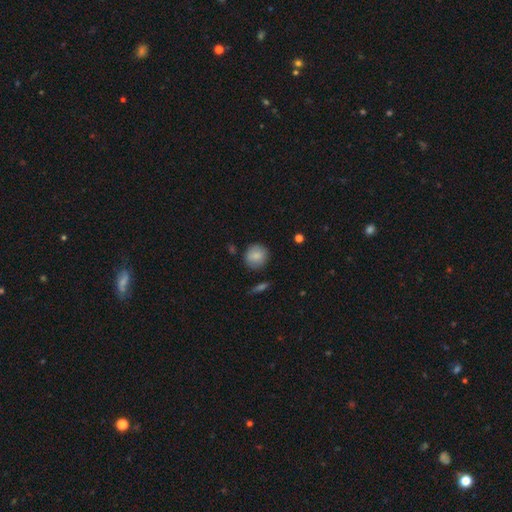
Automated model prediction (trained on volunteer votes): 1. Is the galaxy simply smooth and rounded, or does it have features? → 82% smooth, 10% featured or disk, 8% star or artifact.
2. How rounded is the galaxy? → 88% round, 10% in between, 1% cigar-shaped.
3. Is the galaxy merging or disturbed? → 84% none, 11% minor disturbance, 3% major disturbance, 2% merger.